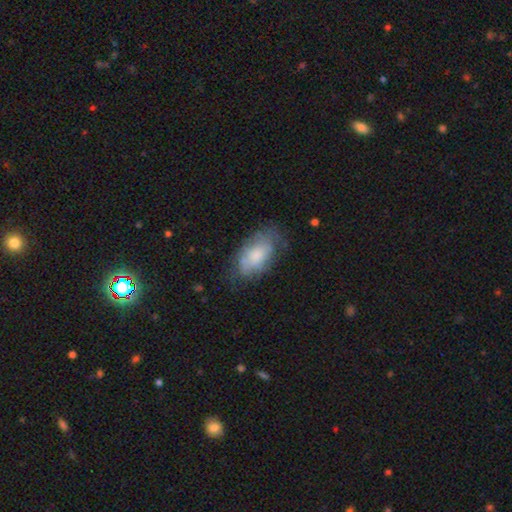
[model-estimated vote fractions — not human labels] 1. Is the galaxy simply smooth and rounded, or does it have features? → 60% smooth, 33% featured or disk, 8% star or artifact.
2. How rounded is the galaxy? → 93% in between, 5% round, 3% cigar-shaped.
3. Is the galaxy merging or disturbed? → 59% none, 27% minor disturbance, 12% major disturbance, 2% merger.